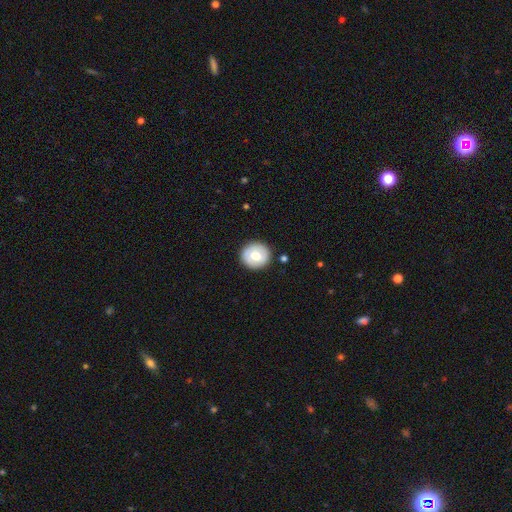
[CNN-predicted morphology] This is possibly a smooth galaxy (60%). How rounded: clearly round (91%). Merging: clearly none (89%).